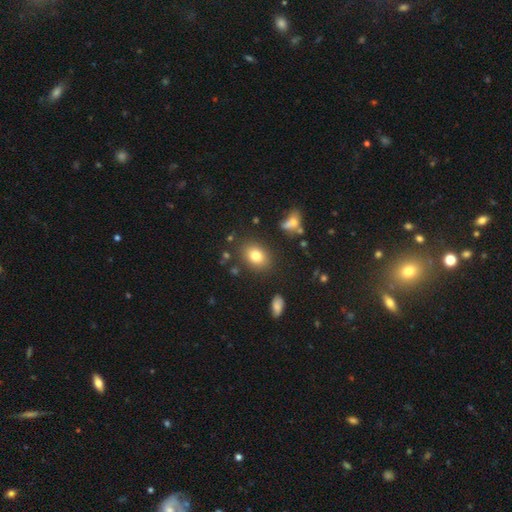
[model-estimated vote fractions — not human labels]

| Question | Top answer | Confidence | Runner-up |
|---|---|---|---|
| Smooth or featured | smooth | 79% | featured or disk (11%) |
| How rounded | in between | 70% | round (29%) |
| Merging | none | 83% | minor disturbance (10%) |